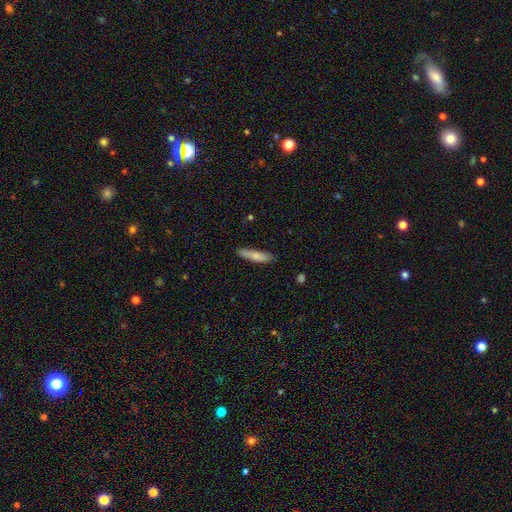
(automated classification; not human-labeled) Overall: smooth (73%). How rounded: cigar-shaped (77%). Merging: none (81%).